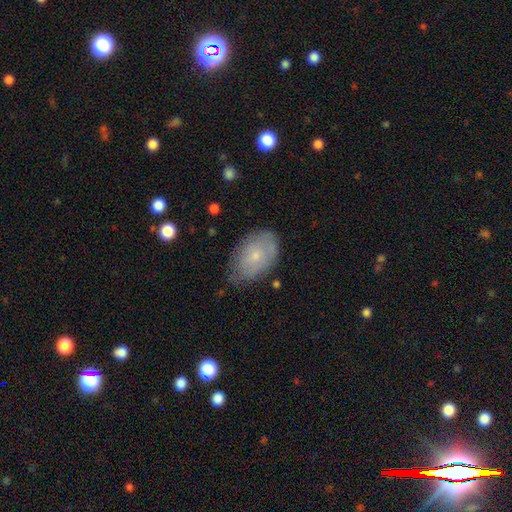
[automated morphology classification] Q: Smooth or featured?
A: smooth (61%); runner-up: featured or disk (32%)
Q: How rounded?
A: in between (88%); runner-up: round (11%)
Q: Merging?
A: none (65%); runner-up: minor disturbance (27%)